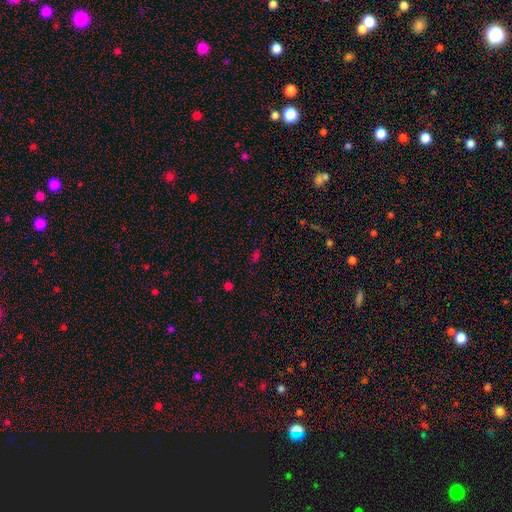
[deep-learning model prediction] This is possibly a smooth galaxy (55%). How rounded: clearly in between (80%). Merging: likely none (75%).